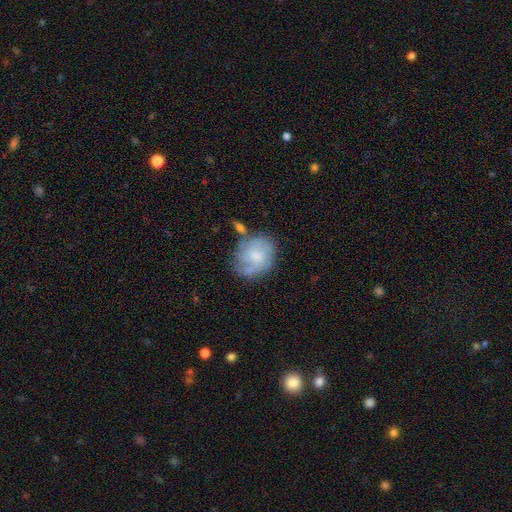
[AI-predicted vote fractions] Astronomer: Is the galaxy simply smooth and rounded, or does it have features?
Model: featured or disk — 47% (runner-up: smooth, 46%).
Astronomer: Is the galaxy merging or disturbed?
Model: none — 50% (runner-up: minor disturbance, 26%).